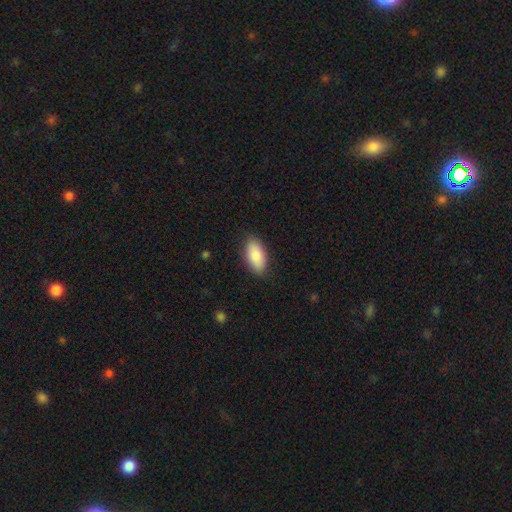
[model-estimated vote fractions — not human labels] Smooth or featured?
  - smooth: 83% *
  - featured or disk: 11%
  - star or artifact: 6%
How rounded?
  - in between: 93% *
  - cigar-shaped: 4%
  - round: 3%
Merging?
  - none: 86% *
  - minor disturbance: 10%
  - major disturbance: 2%
  - merger: 1%